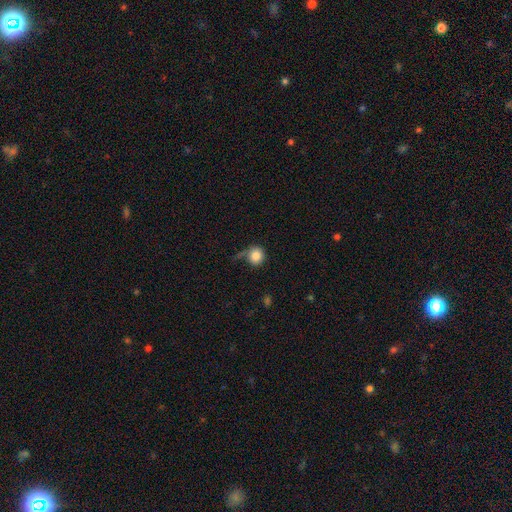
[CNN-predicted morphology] A smooth galaxy with no disk features (82%) that is round (89%). Merging: none (49%).